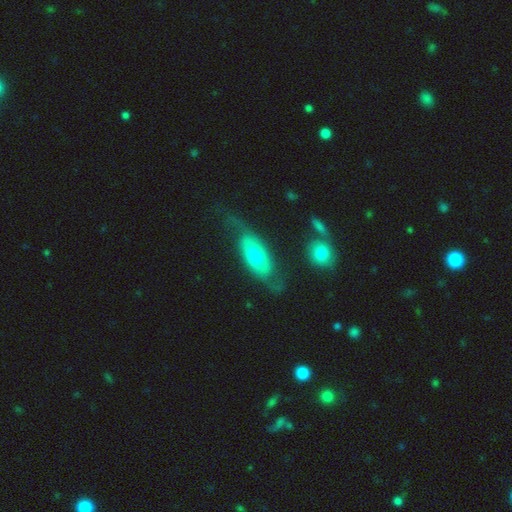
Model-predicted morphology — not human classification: Smooth or featured? Predicted: featured or disk (p=0.49). Merging? Predicted: none (p=0.49).